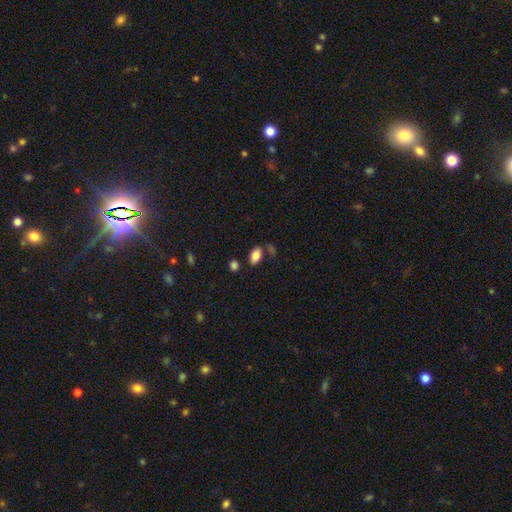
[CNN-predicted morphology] Overall: smooth (84%). How rounded: in between (91%). Merging: none (72%).